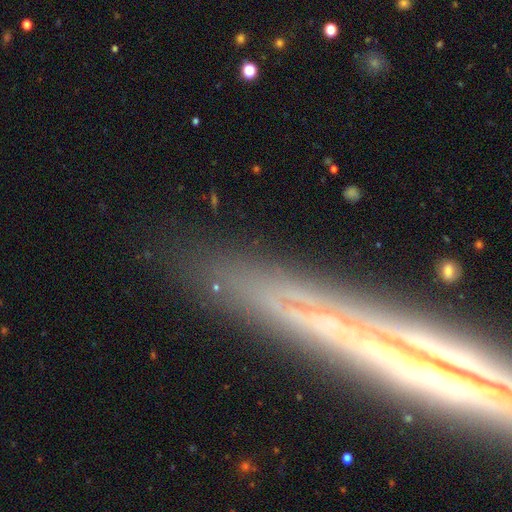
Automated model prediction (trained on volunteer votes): smooth-or-featured: featured or disk: 67% | star or artifact: 17% | smooth: 16%
  disk-edge-on: yes: 81% | no: 19%
    edge-on-bulge: none: 48% | rounded: 39% | boxy: 13%
  merging: none: 84% | minor disturbance: 10% | major disturbance: 3% | merger: 2%